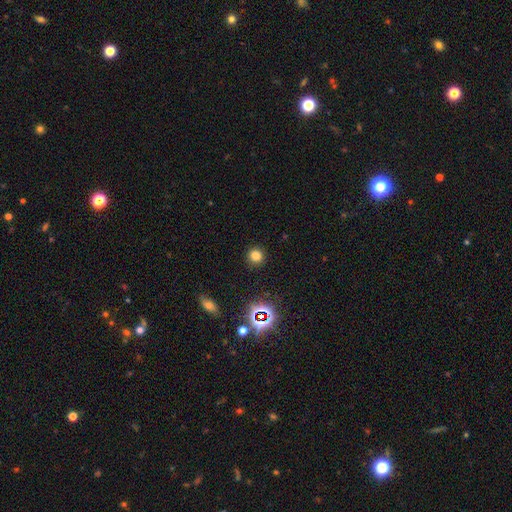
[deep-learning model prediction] Morphology: type=smooth (75%); roundness=round (91%); merging=none (91%).